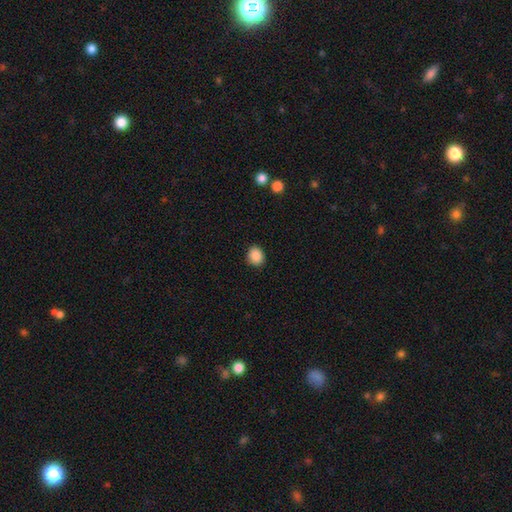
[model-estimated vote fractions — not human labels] This is clearly a smooth galaxy (89%). How rounded: likely round (68%). Merging: clearly none (89%).